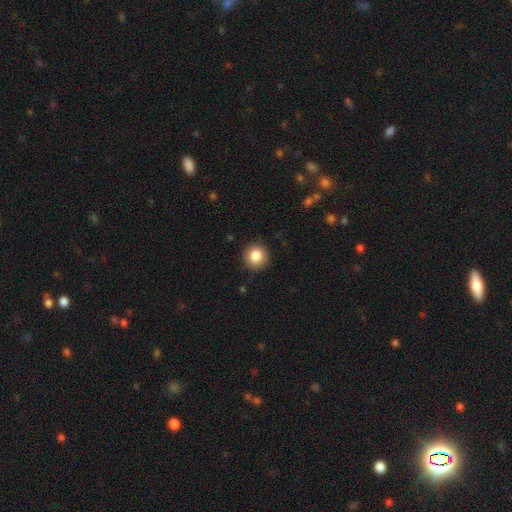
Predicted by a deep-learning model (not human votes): smooth 84%, star or artifact 9%, featured or disk 6%. Down the decision tree: how rounded — round (93%); merging — none (90%).